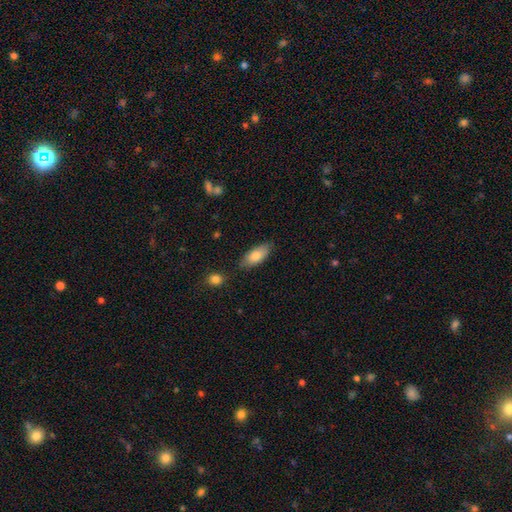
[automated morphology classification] smooth-or-featured: smooth: 80% | featured or disk: 13% | star or artifact: 7%
  how-rounded: in between: 84% | cigar-shaped: 13% | round: 2%
  merging: none: 78% | minor disturbance: 15% | merger: 4% | major disturbance: 3%